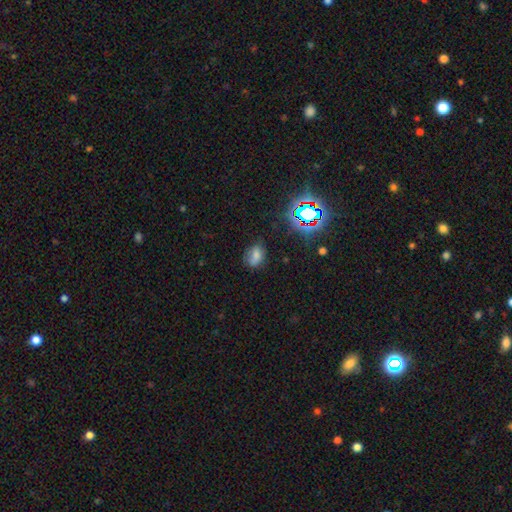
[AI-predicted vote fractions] The model was most divided on "merging": none: 62%, minor disturbance: 26%, major disturbance: 9%, merger: 3%. More confident: how rounded — in between (73%); smooth or featured — smooth (66%).